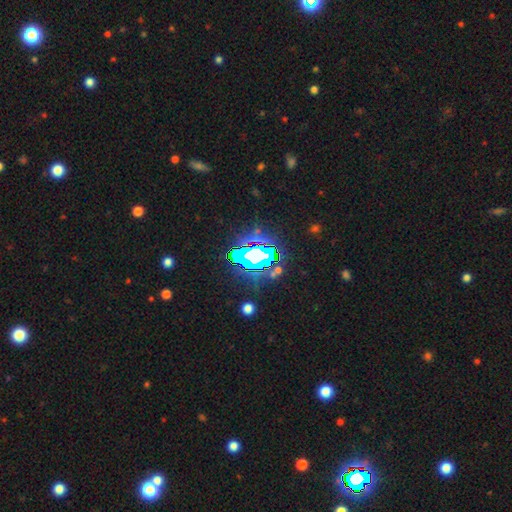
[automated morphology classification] The model was most divided on "smooth or featured": star or artifact: 67%, featured or disk: 17%, smooth: 16%.